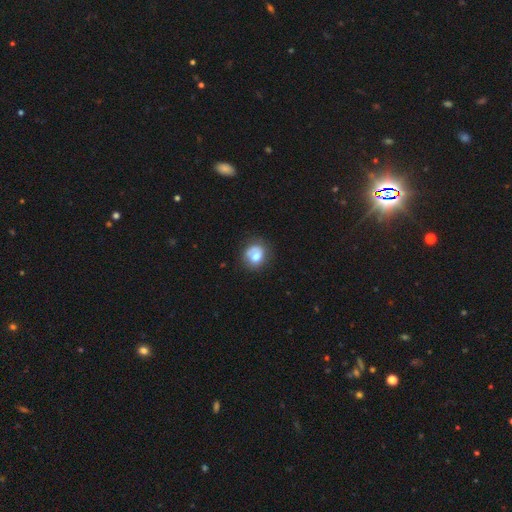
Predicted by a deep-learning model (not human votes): smooth-or-featured: smooth: 63% | featured or disk: 28% | star or artifact: 9%
  how-rounded: round: 71% | in between: 29% | cigar-shaped: 1%
  merging: none: 56% | minor disturbance: 25% | major disturbance: 13% | merger: 7%